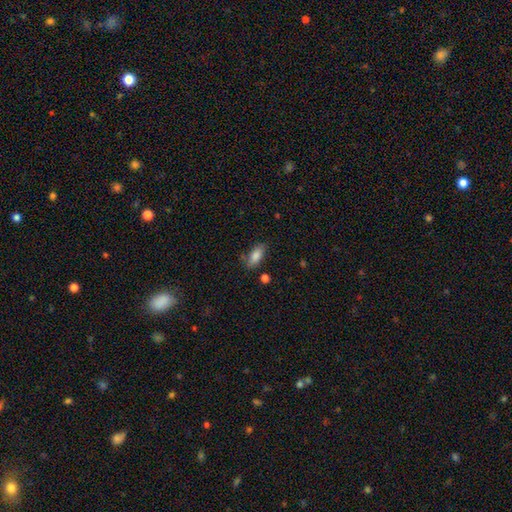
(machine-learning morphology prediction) Overall: smooth (83%). How rounded: in between (85%). Merging: none (74%).